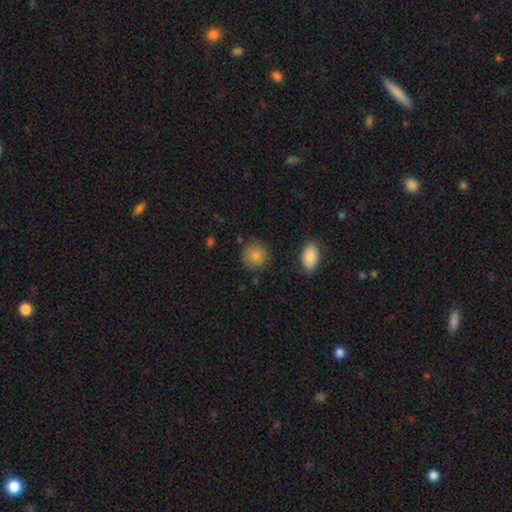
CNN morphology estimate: Smooth or featured? Predicted: smooth (p=0.83). How rounded? Predicted: round (p=0.88). Merging? Predicted: none (p=0.80).